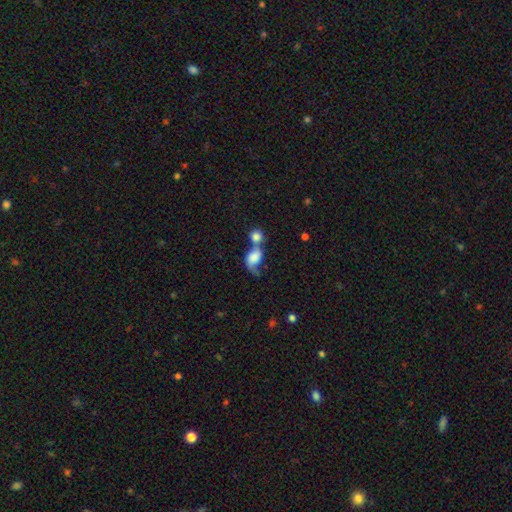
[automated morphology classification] Smooth or featured?
  - smooth: 72% *
  - featured or disk: 19%
  - star or artifact: 9%
How rounded?
  - in between: 65% *
  - round: 33%
  - cigar-shaped: 2%
Merging?
  - merger: 66% *
  - none: 14%
  - major disturbance: 11%
  - minor disturbance: 9%